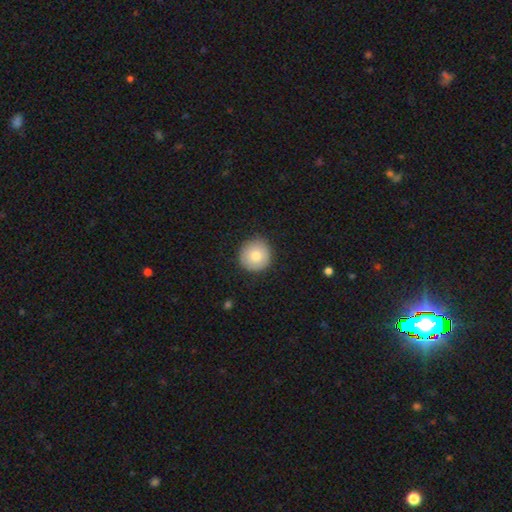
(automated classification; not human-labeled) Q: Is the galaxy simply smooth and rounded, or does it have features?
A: smooth — 80%.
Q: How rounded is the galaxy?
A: round — 95%.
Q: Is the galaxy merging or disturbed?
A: none — 89%.